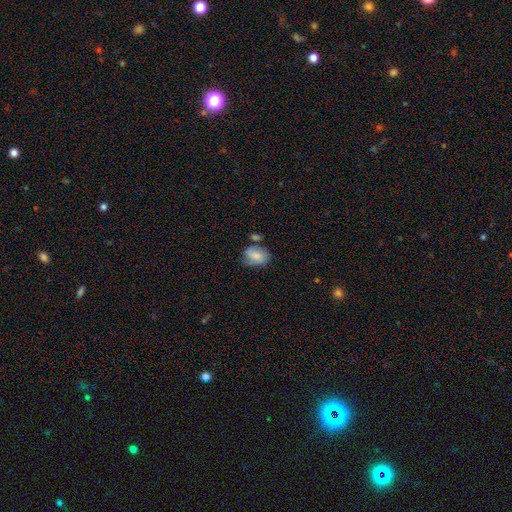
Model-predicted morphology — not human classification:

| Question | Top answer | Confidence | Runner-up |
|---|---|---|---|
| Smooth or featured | smooth | 71% | featured or disk (21%) |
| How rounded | in between | 70% | round (29%) |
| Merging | none | 53% | minor disturbance (27%) |